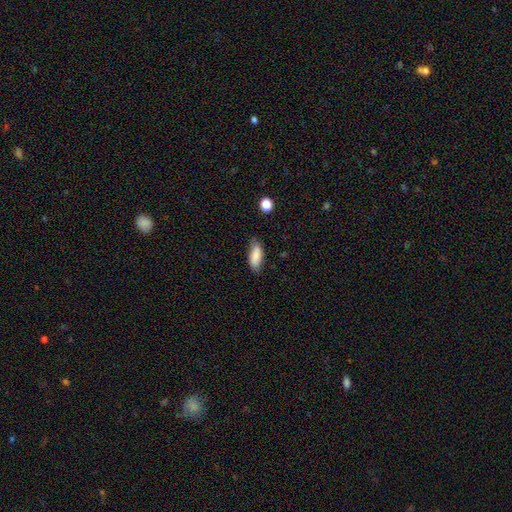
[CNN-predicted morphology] This is clearly a smooth galaxy (85%). How rounded: likely in between (77%). Merging: likely none (74%).